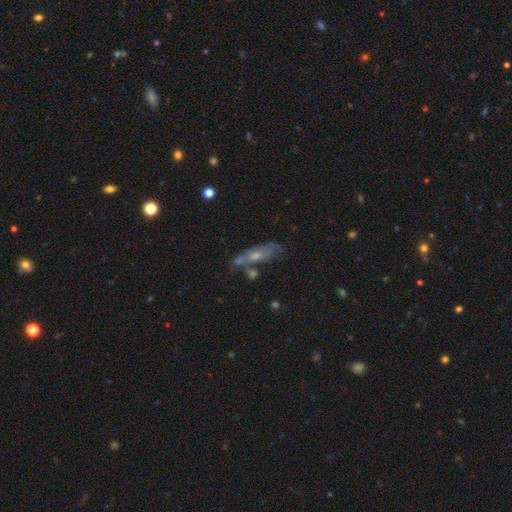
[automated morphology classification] This is possibly a featured or disk galaxy (53%). It is likely not viewed edge-on (65%). Merging: marginally none (41%).